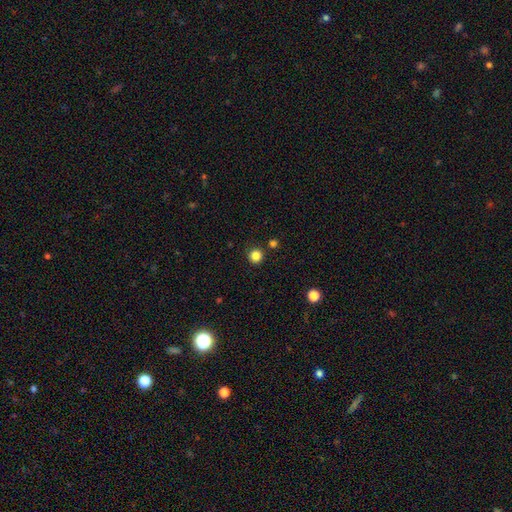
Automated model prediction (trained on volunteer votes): This is clearly a smooth galaxy (84%). How rounded: clearly round (94%). Merging: clearly none (89%).